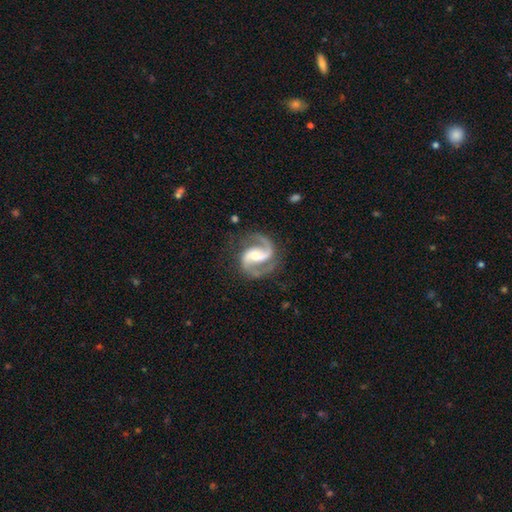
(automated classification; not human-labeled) This is clearly a featured or disk galaxy (93%). It is clearly not viewed edge-on (98%). Bar: marginally weak (39%). Spiral arm pattern: clearly yes (99%). Spiral arm count: clearly 2 (94%). Spiral winding: likely medium (65%). Central bulge: possibly moderate (58%). Merging: clearly none (80%).